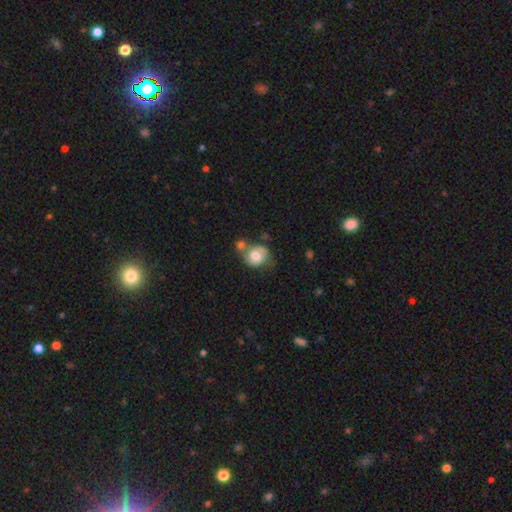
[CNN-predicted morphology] This appears to be a smooth galaxy with no disk features (60%) that is round (70%). Merging: none (39%).